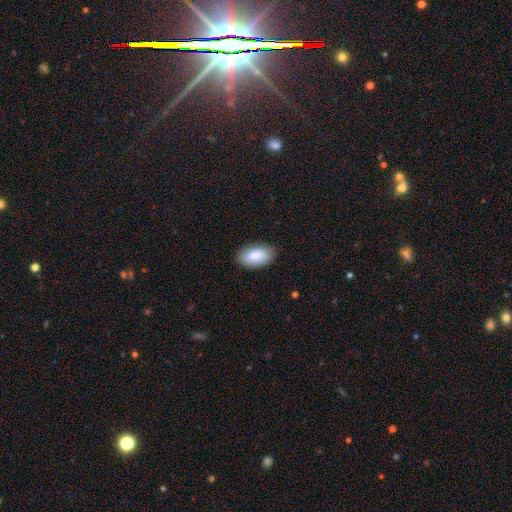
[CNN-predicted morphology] This appears to be a smooth galaxy with no disk features (88%) that is in between round and cigar-shaped (95%). Merging: none (86%).